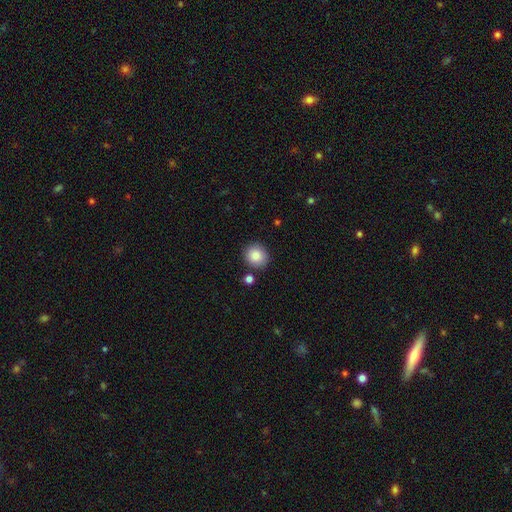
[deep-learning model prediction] A smooth galaxy with no disk features (85%) that is round (87%).

Vote fractions:
- Smooth or featured? smooth: 85% / star or artifact: 9% / featured or disk: 6%
- How rounded? round: 87% / in between: 12% / cigar-shaped: 1%
- Merging? none: 85% / minor disturbance: 8% / merger: 5% / major disturbance: 2%